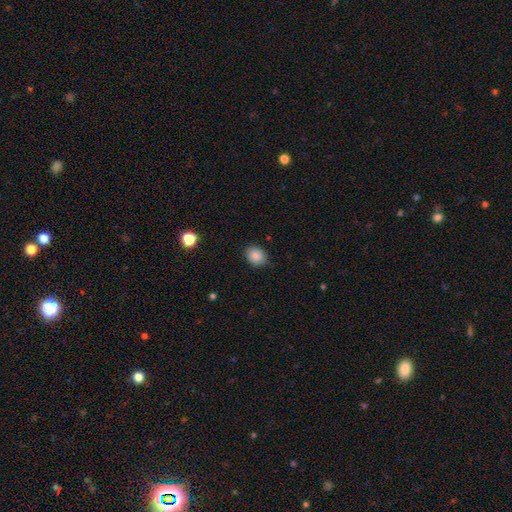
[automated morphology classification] Smooth or featured? smooth (87%)
How rounded? in between (51%)
Merging? none (85%)